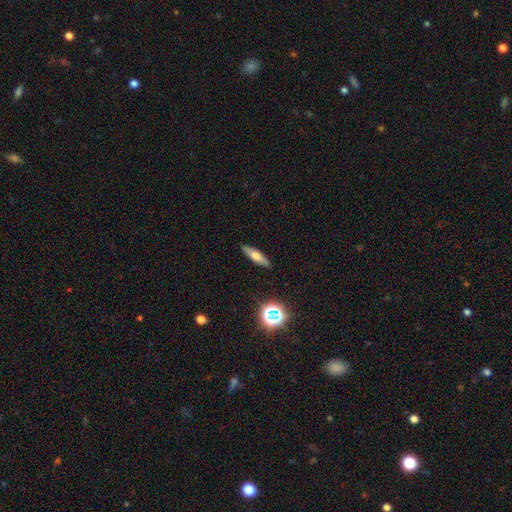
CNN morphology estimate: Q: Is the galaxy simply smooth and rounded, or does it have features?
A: smooth — 58%.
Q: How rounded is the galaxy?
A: cigar-shaped — 66%.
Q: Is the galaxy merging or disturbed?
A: none — 89%.